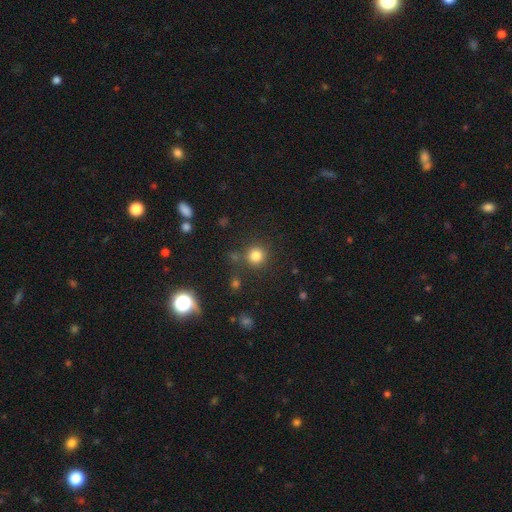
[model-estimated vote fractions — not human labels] smooth 80%, star or artifact 14%, featured or disk 5%. Down the decision tree: how rounded — round (93%); merging — none (82%).